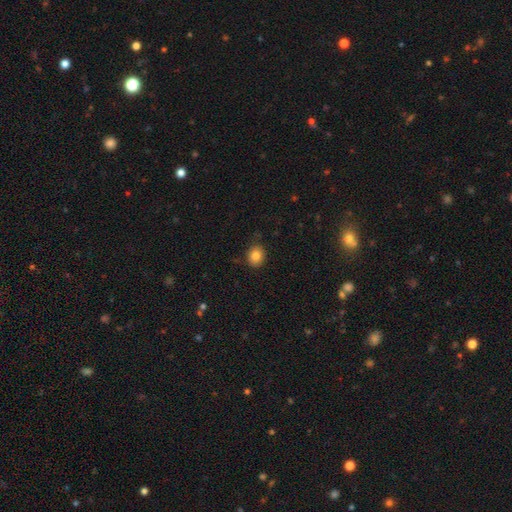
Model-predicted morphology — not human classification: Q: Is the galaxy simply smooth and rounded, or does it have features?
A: smooth — 83%.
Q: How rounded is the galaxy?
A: round — 63%.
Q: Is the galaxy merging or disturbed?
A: none — 81%.